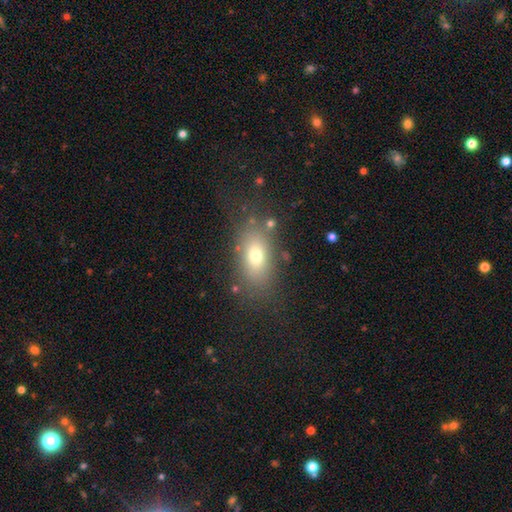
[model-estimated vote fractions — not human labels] Smooth or featured? smooth (70%)
How rounded? in between (82%)
Merging? none (77%)